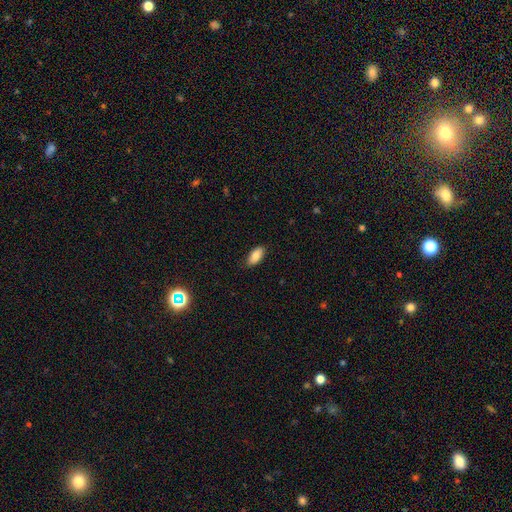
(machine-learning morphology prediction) smooth-or-featured: smooth: 84% | featured or disk: 9% | star or artifact: 7%
  how-rounded: in between: 90% | cigar-shaped: 7% | round: 2%
  merging: none: 84% | minor disturbance: 12% | major disturbance: 2% | merger: 1%